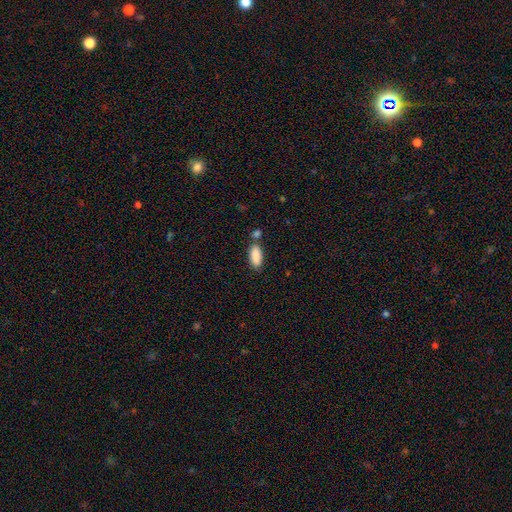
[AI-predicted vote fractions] Overall: smooth (89%). How rounded: in between (83%). Merging: none (71%).